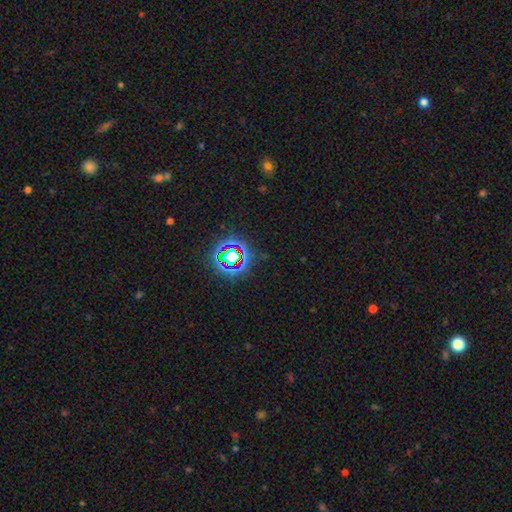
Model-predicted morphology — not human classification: type=star or artifact (75%).